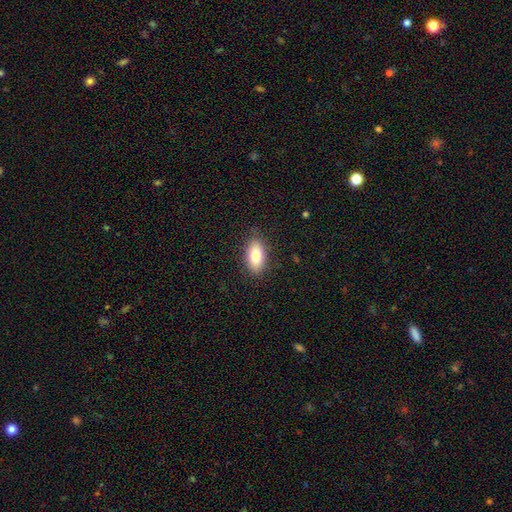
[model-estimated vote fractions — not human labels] A smooth galaxy with no disk features (80%) that is in between round and cigar-shaped (91%).

Vote fractions:
- Smooth or featured? smooth: 80% / featured or disk: 13% / star or artifact: 7%
- How rounded? in between: 91% / cigar-shaped: 5% / round: 4%
- Merging? none: 85% / minor disturbance: 11% / major disturbance: 3% / merger: 1%